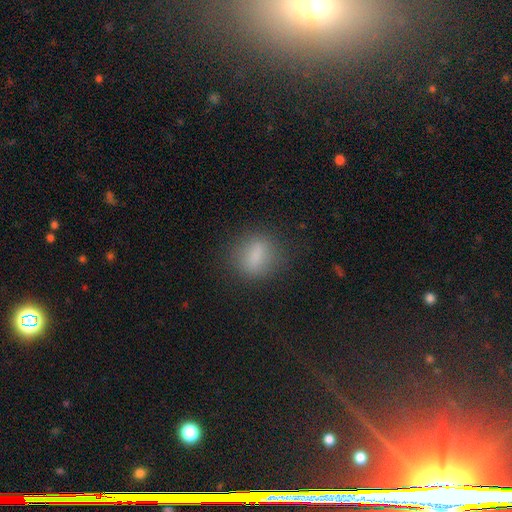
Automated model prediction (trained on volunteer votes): The model was most divided on "how rounded": in between: 49%, round: 44%, cigar-shaped: 7%. More confident: merging — none (79%); smooth or featured — smooth (77%).